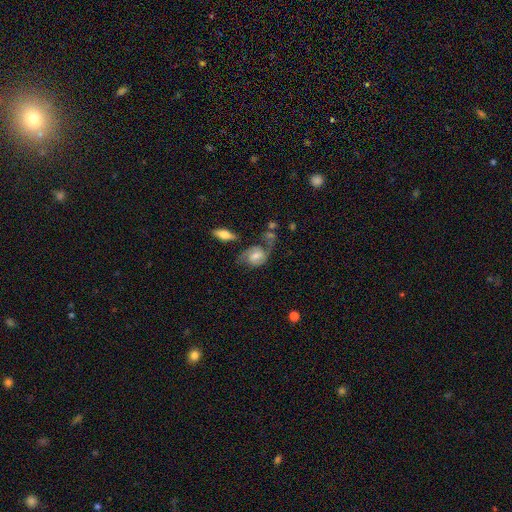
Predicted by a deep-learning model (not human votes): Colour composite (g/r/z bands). It shows a featured or disk galaxy (64%) with no bar (52%), 2 (79%) medium (45%) spiral arms (90%) and a moderate central bulge (48%). Merging: none (43%).